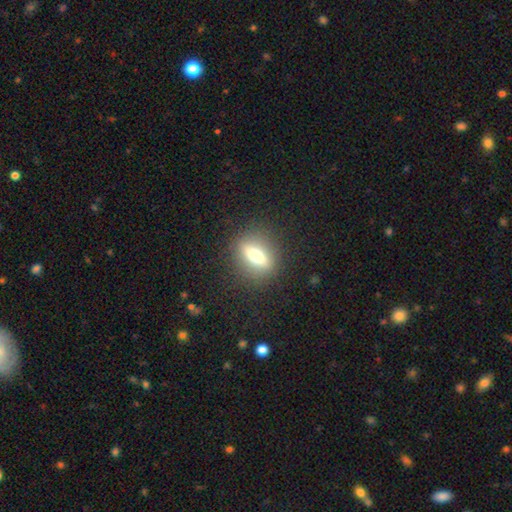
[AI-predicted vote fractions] This appears to be a smooth galaxy with no disk features (48%). Merging: none (86%).